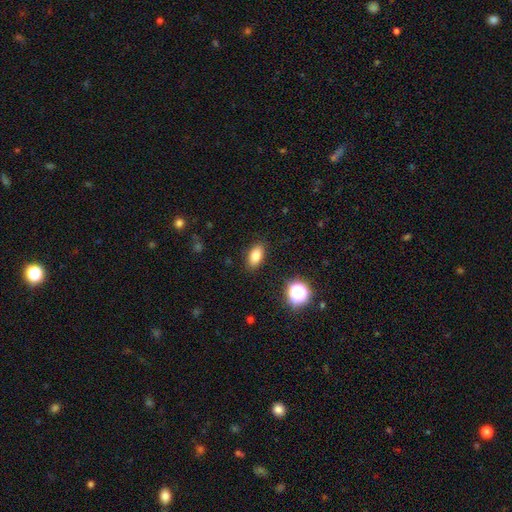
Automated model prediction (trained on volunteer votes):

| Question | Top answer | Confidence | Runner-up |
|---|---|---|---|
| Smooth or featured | smooth | 82% | star or artifact (11%) |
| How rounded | in between | 88% | round (9%) |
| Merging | none | 87% | minor disturbance (9%) |